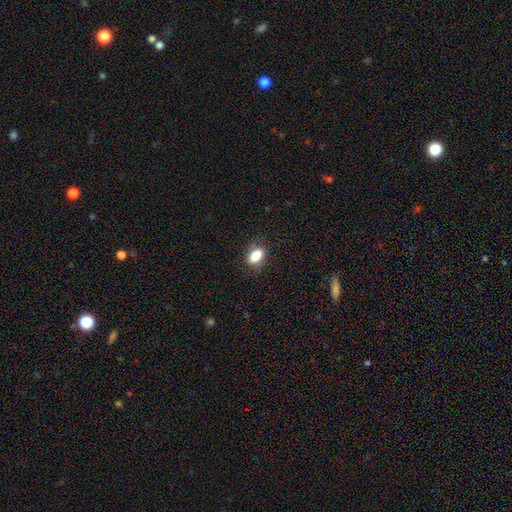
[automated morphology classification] Smooth or featured: smooth — 83% (star or artifact — 9%)
How rounded: in between — 84% (round — 11%)
Merging: none — 83% (minor disturbance — 13%)